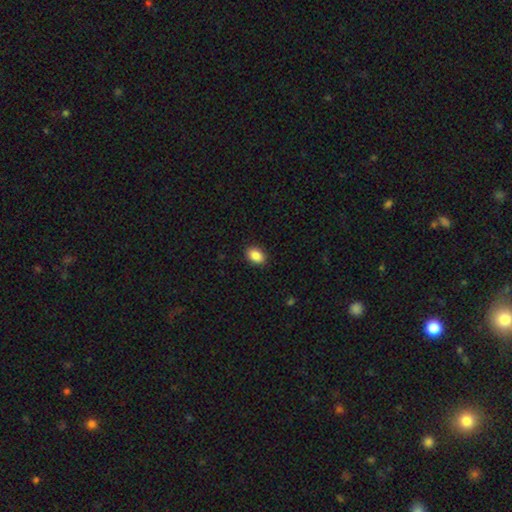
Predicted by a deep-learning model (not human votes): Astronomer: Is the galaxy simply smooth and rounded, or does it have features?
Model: smooth — 89%.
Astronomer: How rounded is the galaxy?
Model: in between — 82%.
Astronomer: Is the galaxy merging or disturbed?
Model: none — 90%.